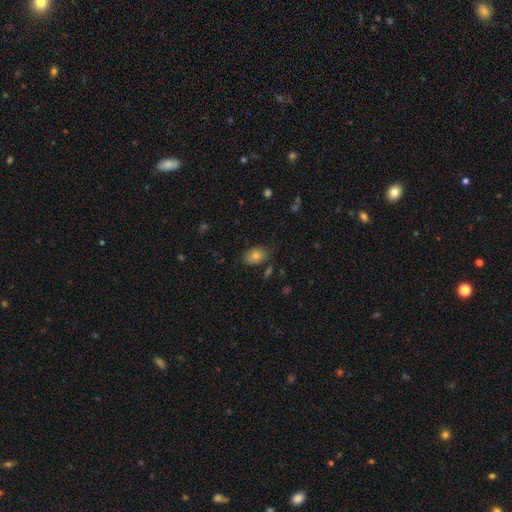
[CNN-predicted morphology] A smooth galaxy with no disk features (76%) that is in between round and cigar-shaped (81%).

Vote fractions:
- Smooth or featured? smooth: 76% / featured or disk: 12% / star or artifact: 12%
- How rounded? in between: 81% / round: 17% / cigar-shaped: 1%
- Merging? none: 76% / minor disturbance: 17% / major disturbance: 4% / merger: 3%